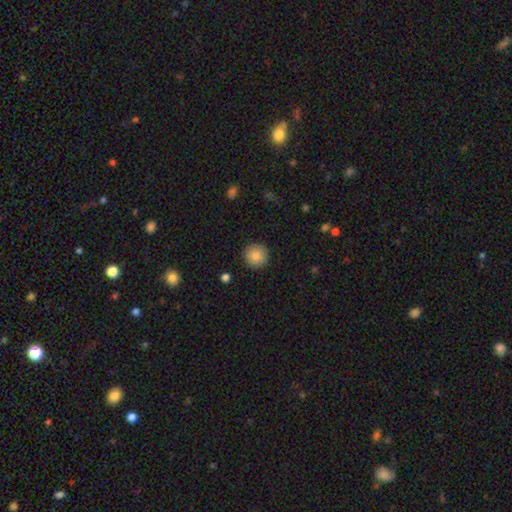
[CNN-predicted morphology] A smooth galaxy with no disk features (86%) that is round (94%). Merging: none (90%).